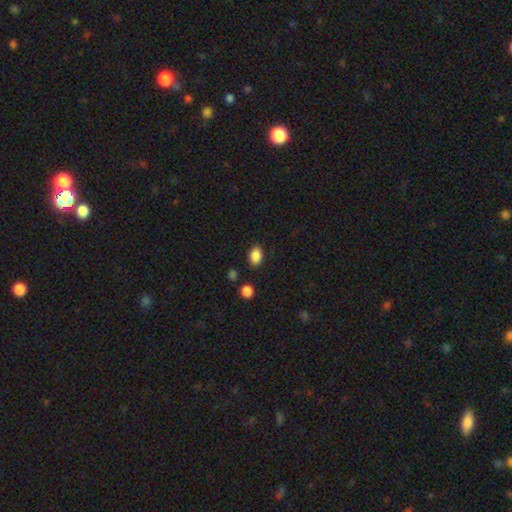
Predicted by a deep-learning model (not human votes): A smooth galaxy with no disk features (88%) that is in between round and cigar-shaped (84%). Merging: none (85%).